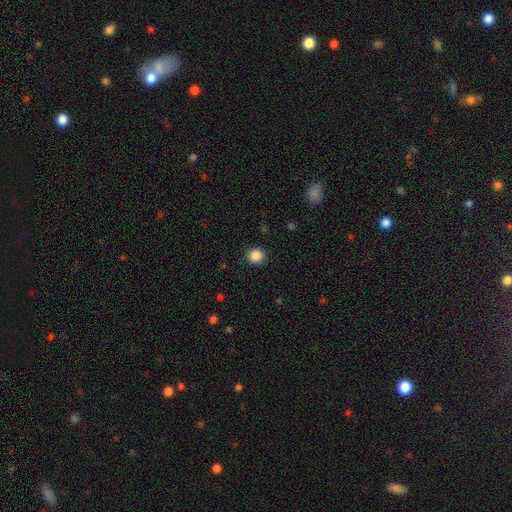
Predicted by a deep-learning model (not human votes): Q: Smooth or featured?
A: smooth (87%); runner-up: star or artifact (10%)
Q: How rounded?
A: round (86%); runner-up: in between (13%)
Q: Merging?
A: none (91%); runner-up: minor disturbance (6%)